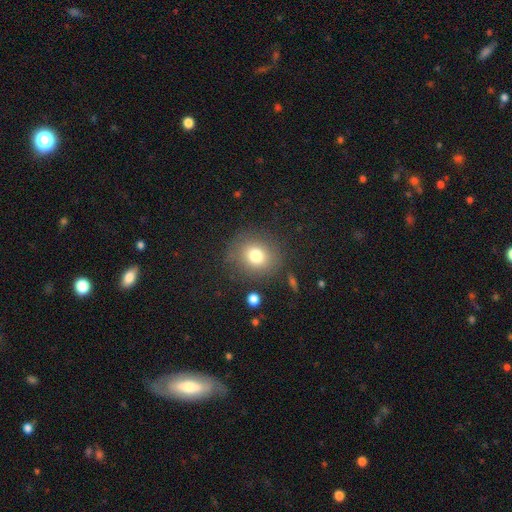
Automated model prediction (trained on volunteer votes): Overall: smooth (77%). How rounded: round (78%). Merging: none (82%).